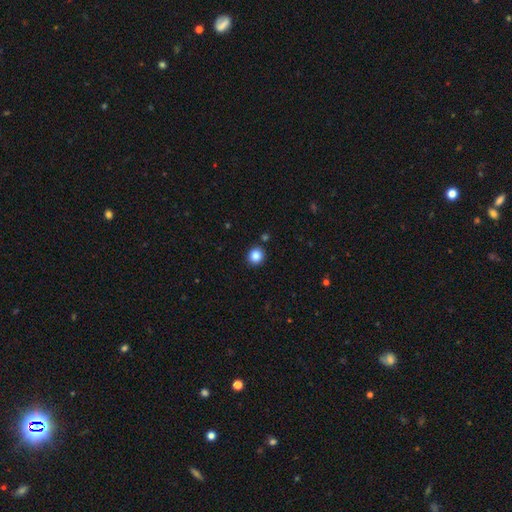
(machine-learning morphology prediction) Overall: smooth (86%). How rounded: round (86%). Merging: none (89%).